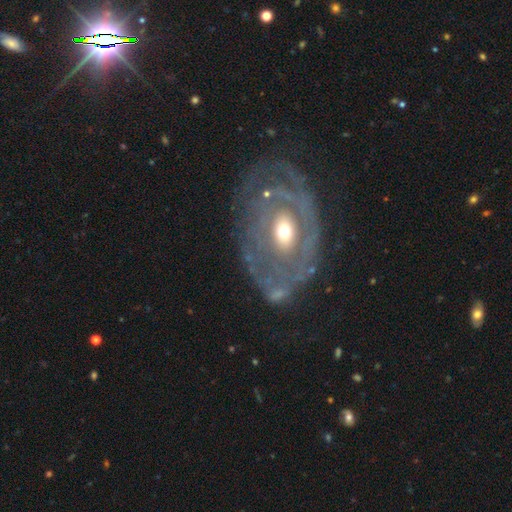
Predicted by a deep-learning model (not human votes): This is clearly a featured or disk galaxy (80%). It is clearly not viewed edge-on (94%). Bar: possibly no (56%). Spiral arm pattern: likely yes (68%). Spiral arm count: possibly can't tell (48%). Spiral winding: likely tight (70%). Central bulge: likely moderate (63%). Merging: likely none (72%).